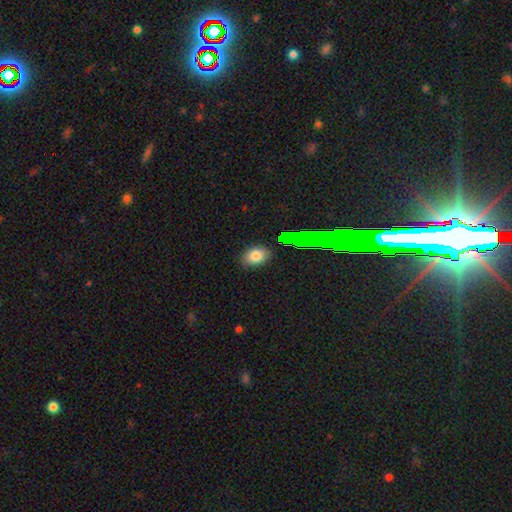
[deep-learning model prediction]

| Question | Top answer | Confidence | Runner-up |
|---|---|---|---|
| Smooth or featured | smooth | 79% | star or artifact (12%) |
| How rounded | in between | 80% | round (19%) |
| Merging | none | 84% | minor disturbance (11%) |